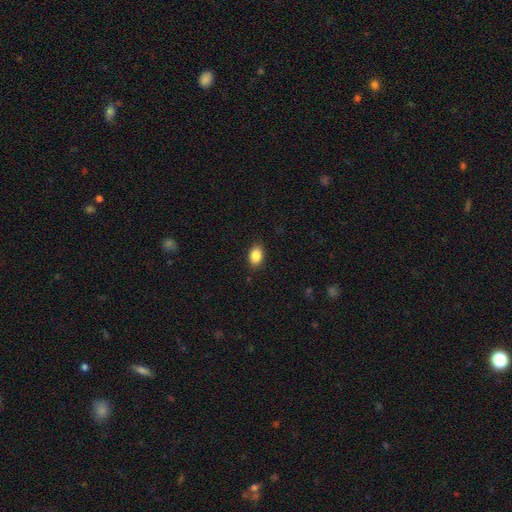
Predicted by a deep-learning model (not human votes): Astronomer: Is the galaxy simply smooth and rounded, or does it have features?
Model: smooth — 87%.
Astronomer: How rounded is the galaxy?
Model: in between — 81%.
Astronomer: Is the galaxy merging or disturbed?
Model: none — 87%.